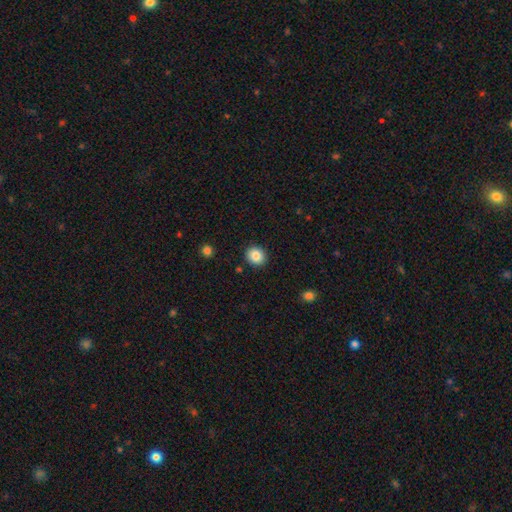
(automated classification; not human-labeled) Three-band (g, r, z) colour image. It shows a smooth galaxy with no disk features (85%) that is round (82%). Merging: none (90%).